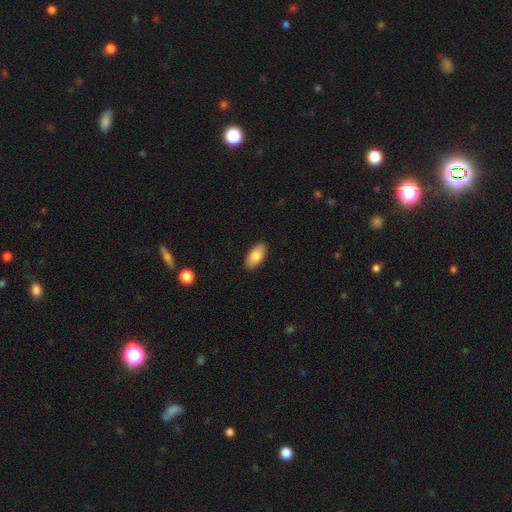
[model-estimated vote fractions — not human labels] Smooth or featured? smooth (82%)
How rounded? in between (94%)
Merging? none (89%)